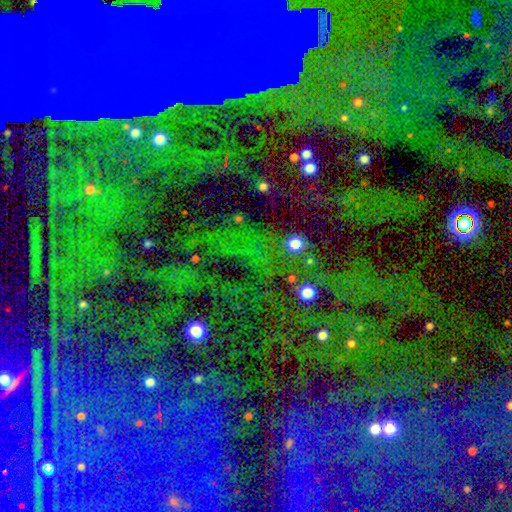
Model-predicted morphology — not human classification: smooth_or_featured: star or artifact (p=0.79) [alt: smooth p=0.12]